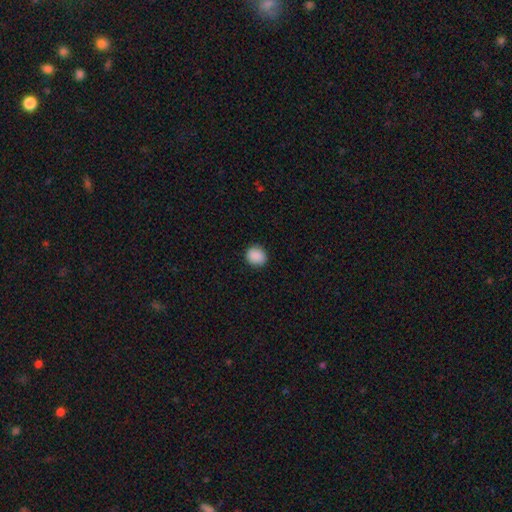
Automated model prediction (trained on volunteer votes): Morphology: type=smooth (90%); roundness=round (77%); merging=none (89%).